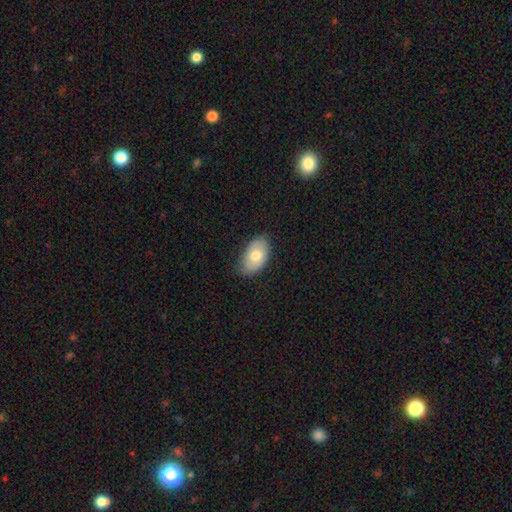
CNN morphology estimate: A smooth galaxy with no disk features (73%) that is in between round and cigar-shaped (92%).

Vote fractions:
- Smooth or featured? smooth: 73% / featured or disk: 20% / star or artifact: 7%
- How rounded? in between: 92% / round: 7% / cigar-shaped: 1%
- Merging? none: 76% / minor disturbance: 19% / major disturbance: 3% / merger: 1%